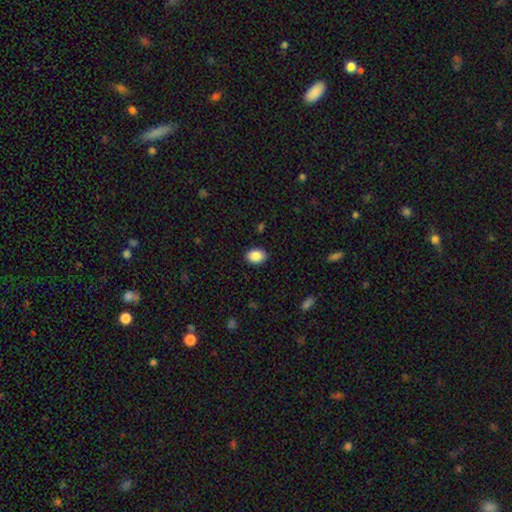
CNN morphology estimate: This appears to be a smooth galaxy with no disk features (88%) that is in between round and cigar-shaped (73%). Merging: none (89%).